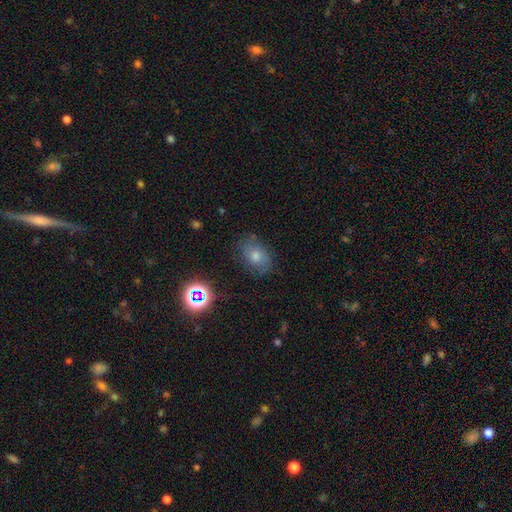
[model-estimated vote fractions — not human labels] A smooth galaxy with no disk features (50%). Merging: none (76%).